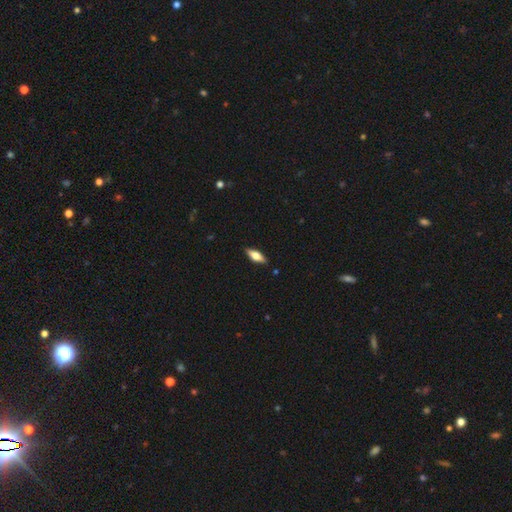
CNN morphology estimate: Q: Smooth or featured?
A: smooth (54%); runner-up: featured or disk (40%)
Q: How rounded?
A: in between (62%); runner-up: cigar-shaped (35%)
Q: Merging?
A: none (88%); runner-up: minor disturbance (9%)